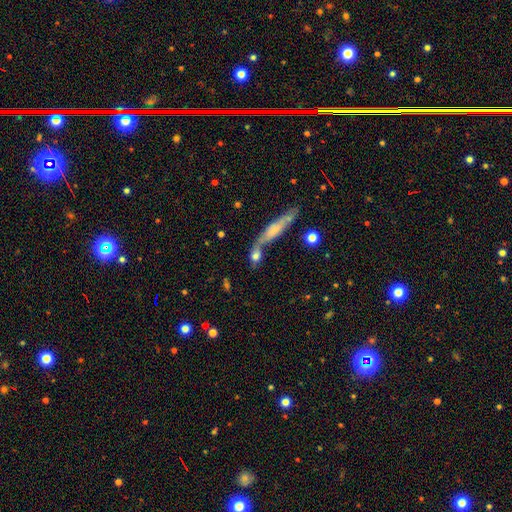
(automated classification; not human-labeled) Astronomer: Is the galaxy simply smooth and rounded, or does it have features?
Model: smooth — 64%.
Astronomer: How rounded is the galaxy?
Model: in between — 44% (runner-up: round, 30%).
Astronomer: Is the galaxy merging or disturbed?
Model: merger — 45% (runner-up: none, 38%).